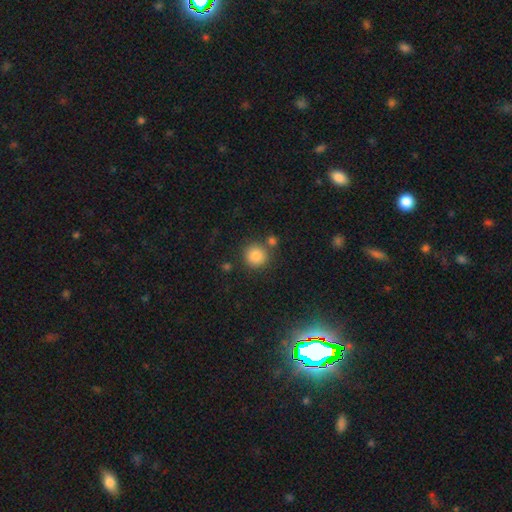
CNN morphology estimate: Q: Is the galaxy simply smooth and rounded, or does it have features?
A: smooth — 85%.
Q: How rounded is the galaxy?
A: round — 93%.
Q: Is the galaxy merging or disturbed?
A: none — 78%.